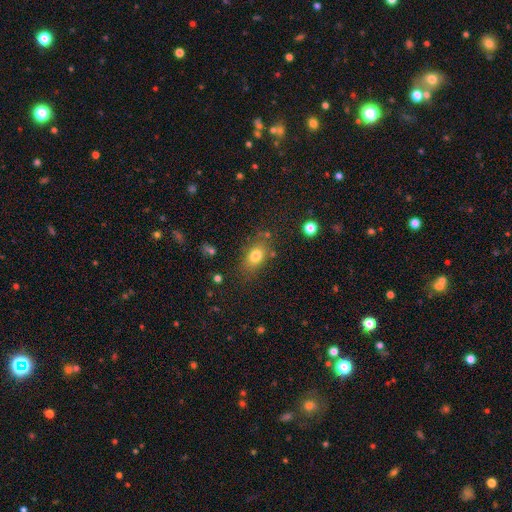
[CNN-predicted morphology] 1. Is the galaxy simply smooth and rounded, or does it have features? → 78% smooth, 11% featured or disk, 11% star or artifact.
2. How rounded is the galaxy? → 77% in between, 20% round, 3% cigar-shaped.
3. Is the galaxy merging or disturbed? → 74% none, 16% minor disturbance, 6% major disturbance, 4% merger.